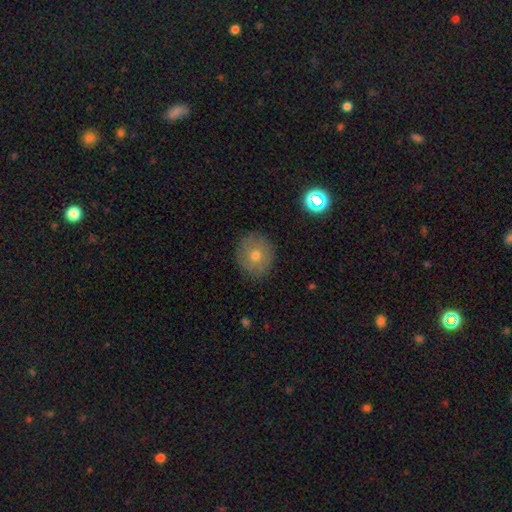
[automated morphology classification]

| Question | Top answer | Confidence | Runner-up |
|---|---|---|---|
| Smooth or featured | smooth | 68% | featured or disk (19%) |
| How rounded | round | 89% | in between (10%) |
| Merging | none | 88% | minor disturbance (9%) |